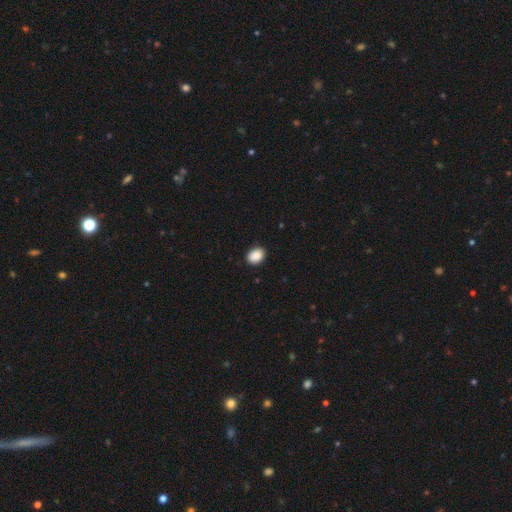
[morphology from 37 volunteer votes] Overall: smooth (89%). How rounded: in between (70%; round 30%). Merging: none (88%).